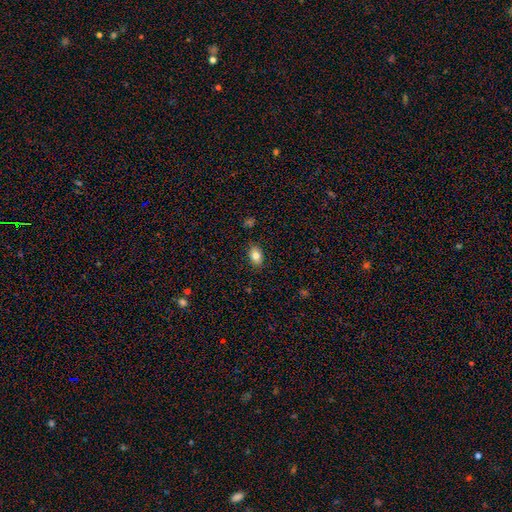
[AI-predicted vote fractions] Morphology: type=smooth (80%); roundness=in between (80%); merging=none (85%).